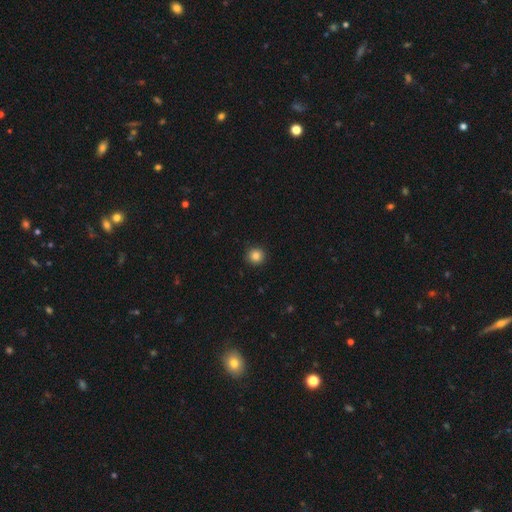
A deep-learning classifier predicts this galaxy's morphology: smooth 85%, star or artifact 11%, featured or disk 4%. Down the decision tree: how rounded — round (94%); merging — none (91%).